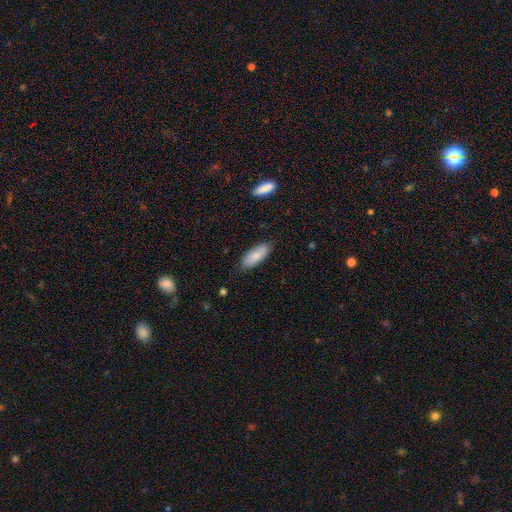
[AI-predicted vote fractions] A smooth galaxy with no disk features (77%) that is in between round and cigar-shaped (80%). Merging: none (82%).